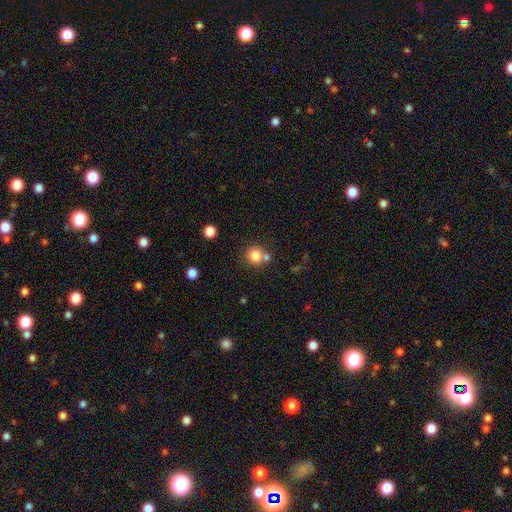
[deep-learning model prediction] Smooth or featured? smooth (82%)
How rounded? round (91%)
Merging? none (64%)